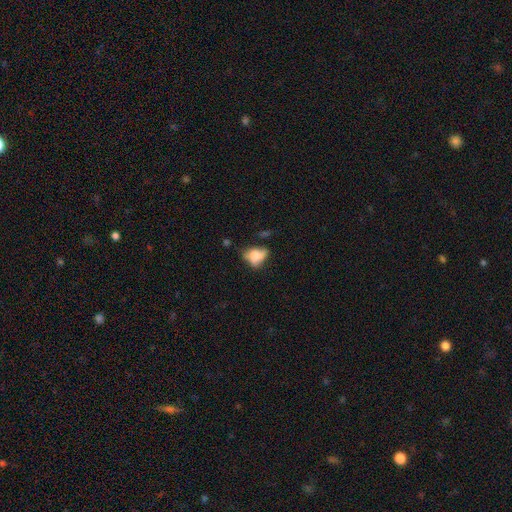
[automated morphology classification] This is likely a smooth galaxy (64%). How rounded: likely in between (72%). Merging: marginally none (33%).